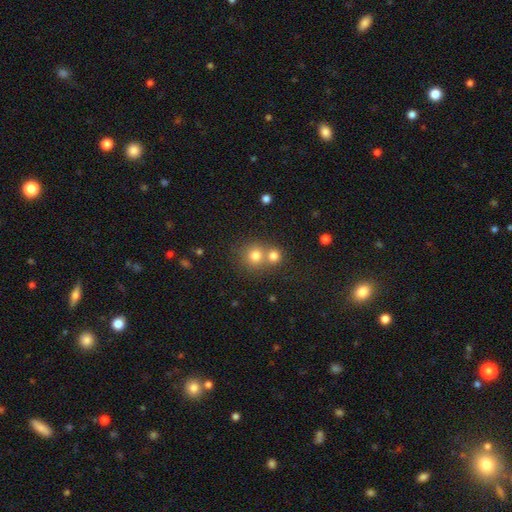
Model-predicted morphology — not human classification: The model was most divided on "merging": none: 48%, merger: 43%, minor disturbance: 6%, major disturbance: 3%. More confident: how rounded — round (89%); smooth or featured — smooth (77%).